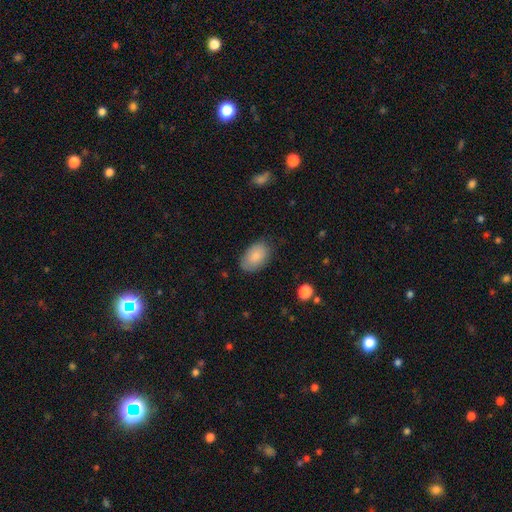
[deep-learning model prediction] Smooth or featured? smooth (83%)
How rounded? in between (91%)
Merging? none (78%)